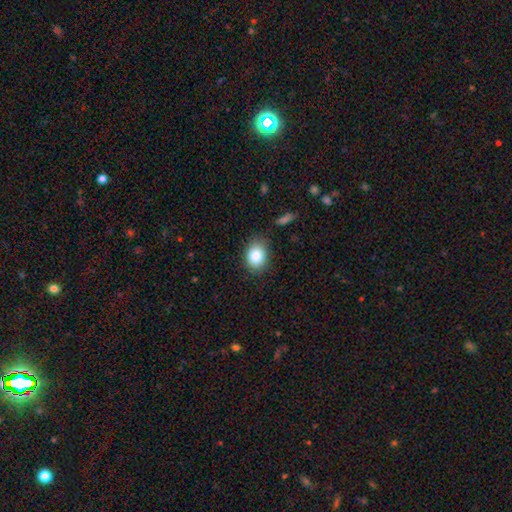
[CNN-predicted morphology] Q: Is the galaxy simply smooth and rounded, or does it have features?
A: smooth — 83%.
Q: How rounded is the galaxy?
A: in between — 59%.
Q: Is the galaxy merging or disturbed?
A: none — 81%.